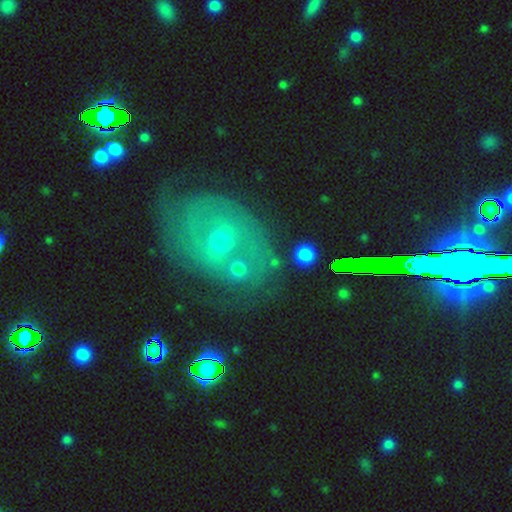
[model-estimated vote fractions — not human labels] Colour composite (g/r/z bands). It shows a featured or disk galaxy (47%). Merging: none (68%).